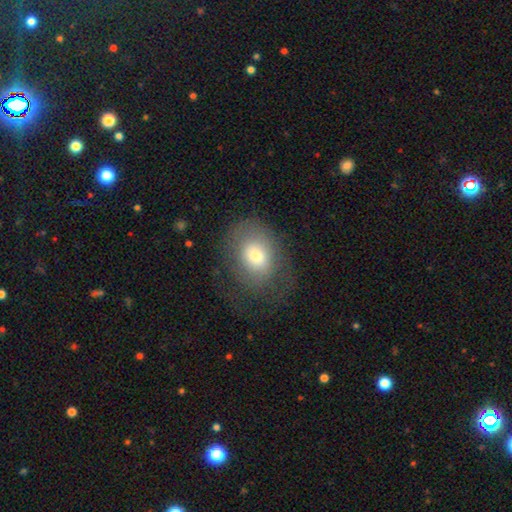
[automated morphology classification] This appears to be a smooth galaxy with no disk features (67%) that is in between round and cigar-shaped (67%). Merging: none (57%).